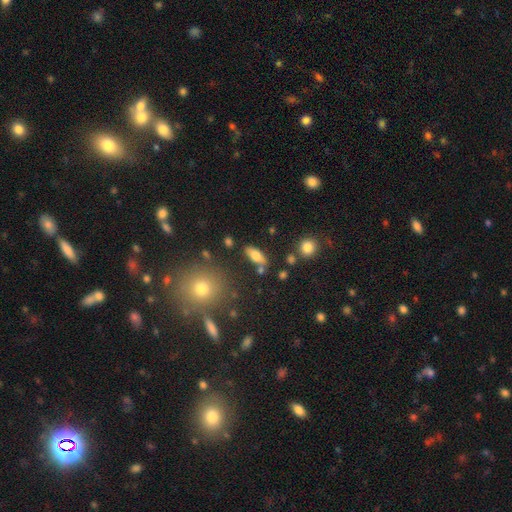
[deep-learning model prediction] The model was most divided on "smooth or featured": smooth: 69%, featured or disk: 23%, star or artifact: 8%. More confident: how rounded — in between (76%); merging — none (73%).